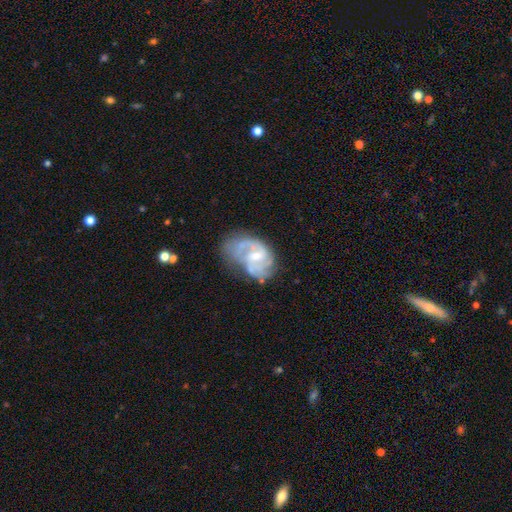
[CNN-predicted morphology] Smooth or featured?
  - featured or disk: 79% *
  - smooth: 14%
  - star or artifact: 7%
Edge-on disk?
  - no: 98% *
  - yes: 2%
Bar?
  - weak: 56% *
  - no: 31%
  - strong: 13%
Spiral arms?
  - yes: 89% *
  - no: 11%
Spiral winding?
  - medium: 48% *
  - tight: 29%
  - loose: 23%
Spiral arm count?
  - 2: 58% *
  - can't tell: 20%
  - 3: 11%
  - 1: 6%
  - 4: 3%
  - more than 4: 2%
Bulge size?
  - small: 50% *
  - moderate: 38%
  - none: 9%
  - large: 2%
  - dominant: 1%
Merging?
  - none: 48% *
  - minor disturbance: 28%
  - major disturbance: 20%
  - merger: 4%